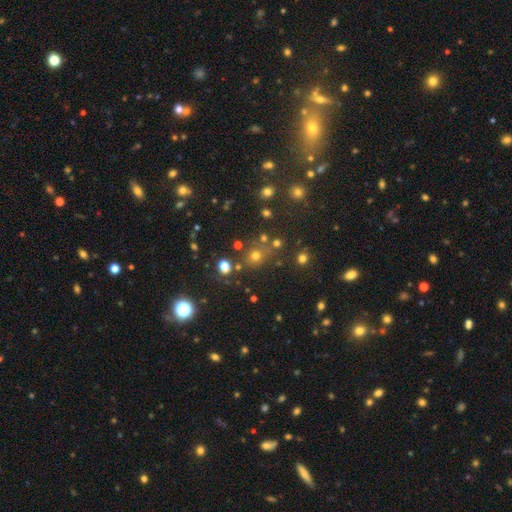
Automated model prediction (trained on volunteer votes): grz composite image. It shows a smooth galaxy with no disk features (49%). Merging: none (74%).